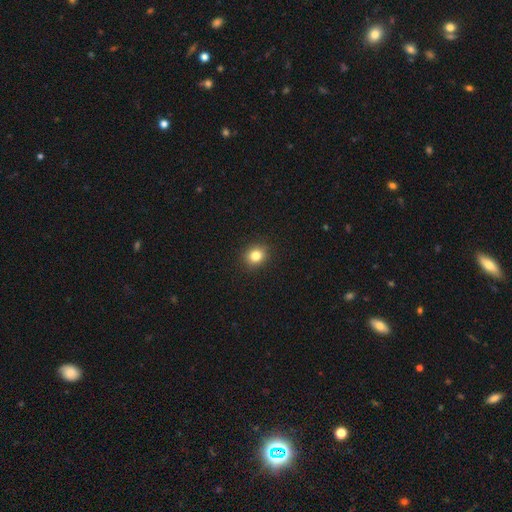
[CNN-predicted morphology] This is clearly a smooth galaxy (82%). How rounded: likely round (75%). Merging: clearly none (91%).